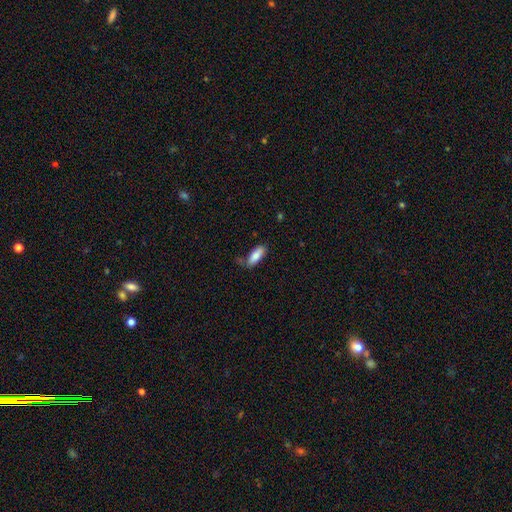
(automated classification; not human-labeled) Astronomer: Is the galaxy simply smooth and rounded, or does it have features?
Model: smooth — 83%.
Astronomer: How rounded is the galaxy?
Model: in between — 70%.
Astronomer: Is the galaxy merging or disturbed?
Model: none — 70%.